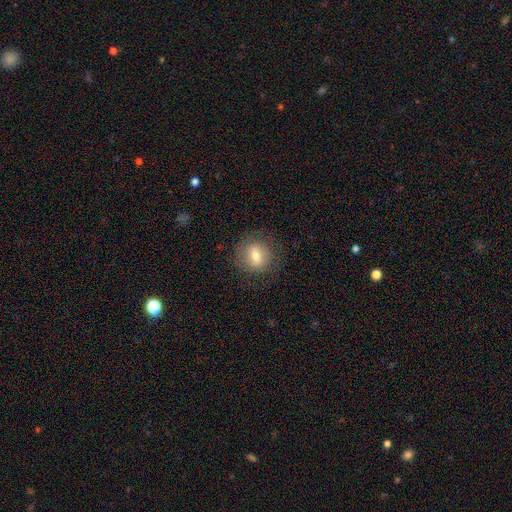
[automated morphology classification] A smooth galaxy with no disk features (64%) that is round (77%).

Vote fractions:
- Smooth or featured? smooth: 64% / featured or disk: 26% / star or artifact: 10%
- How rounded? round: 77% / in between: 21% / cigar-shaped: 1%
- Merging? none: 82% / minor disturbance: 12% / major disturbance: 5% / merger: 1%